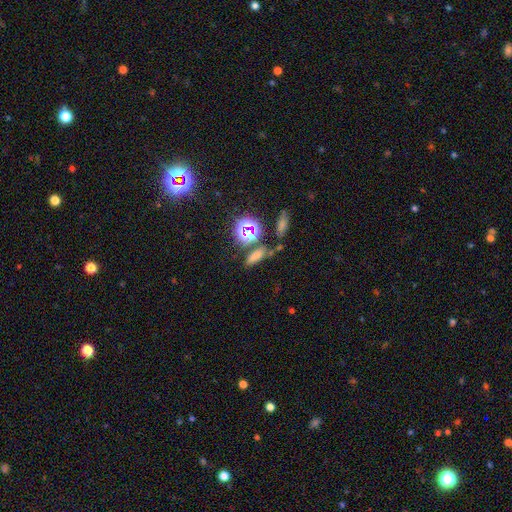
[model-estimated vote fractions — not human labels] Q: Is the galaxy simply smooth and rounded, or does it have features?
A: smooth — 62%.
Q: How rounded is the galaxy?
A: in between — 56%.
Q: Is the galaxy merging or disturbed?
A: none — 67%.